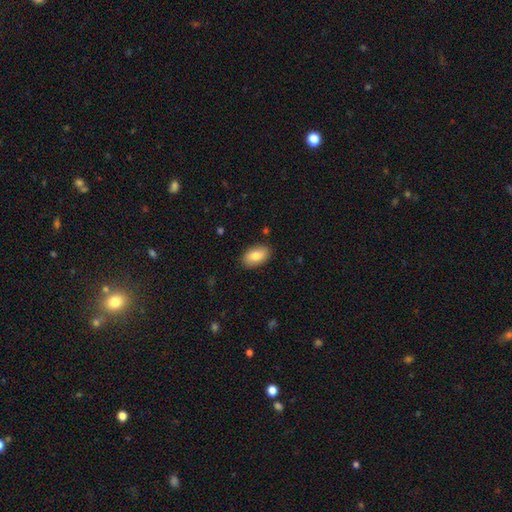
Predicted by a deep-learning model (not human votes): smooth-or-featured: smooth: 79% | featured or disk: 15% | star or artifact: 6%
  how-rounded: in between: 93% | round: 6% | cigar-shaped: 2%
  merging: none: 87% | minor disturbance: 10% | major disturbance: 2% | merger: 1%